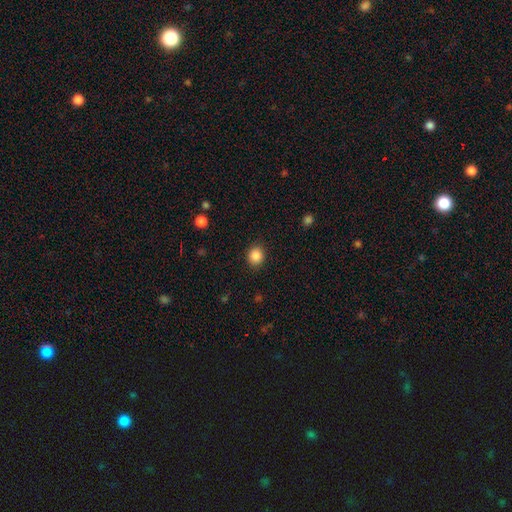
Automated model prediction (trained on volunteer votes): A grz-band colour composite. It shows a smooth galaxy with no disk features (87%) that is round (77%). Merging: none (89%).